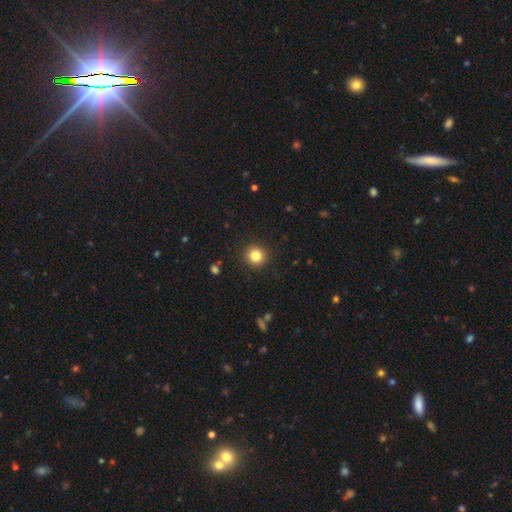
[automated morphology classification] smooth_or_featured: smooth (p=0.83) [alt: star or artifact p=0.12]
how_rounded: round (p=0.94) [alt: in between p=0.05]
merging: none (p=0.92) [alt: minor disturbance p=0.05]